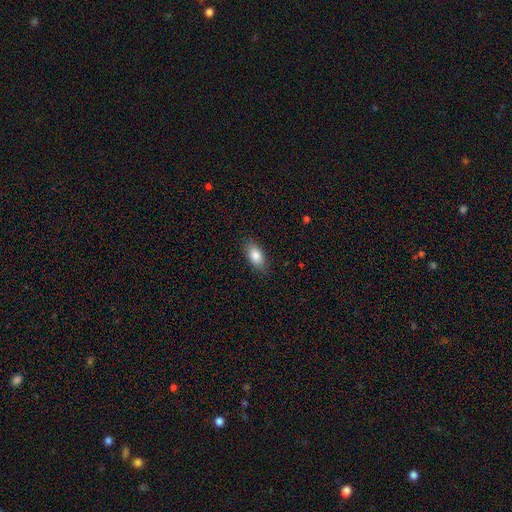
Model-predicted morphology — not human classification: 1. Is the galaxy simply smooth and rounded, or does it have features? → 84% smooth, 9% featured or disk, 7% star or artifact.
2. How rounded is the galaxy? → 90% in between, 6% cigar-shaped, 4% round.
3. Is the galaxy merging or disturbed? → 86% none, 11% minor disturbance, 3% major disturbance, 1% merger.